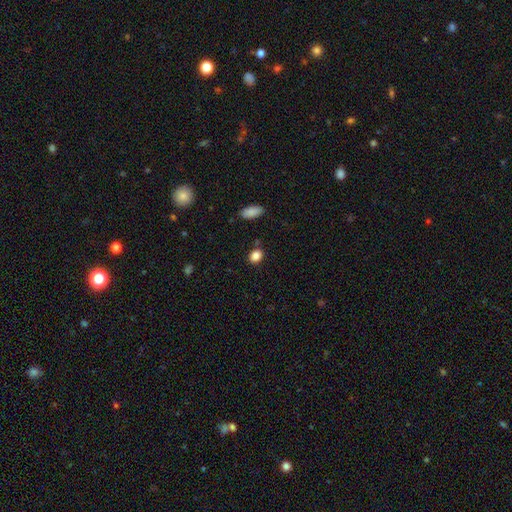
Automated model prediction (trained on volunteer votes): Q: Smooth or featured?
A: smooth (86%); runner-up: star or artifact (10%)
Q: How rounded?
A: in between (53%); runner-up: round (45%)
Q: Merging?
A: none (82%); runner-up: minor disturbance (11%)